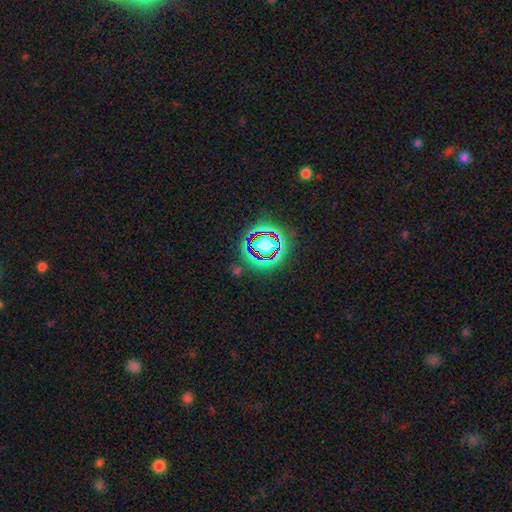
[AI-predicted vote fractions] A star or artifact, not a galaxy (78%).